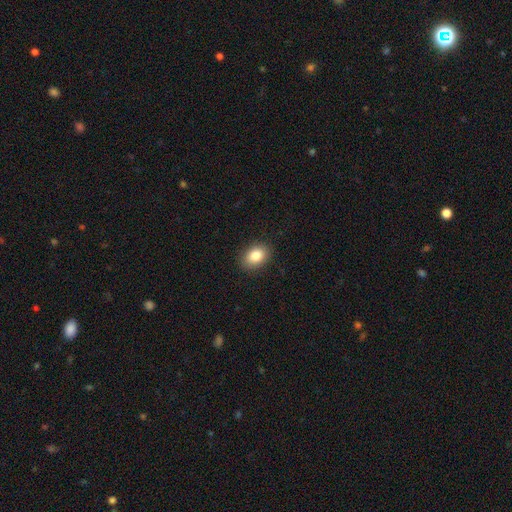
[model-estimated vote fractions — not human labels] Smooth or featured?
  - smooth: 84% *
  - star or artifact: 9%
  - featured or disk: 7%
How rounded?
  - in between: 76% *
  - round: 23%
  - cigar-shaped: 1%
Merging?
  - none: 89% *
  - minor disturbance: 8%
  - major disturbance: 2%
  - merger: 1%